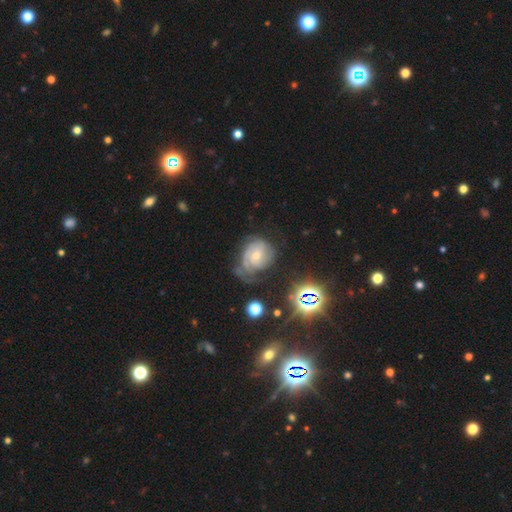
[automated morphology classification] Smooth or featured?
  - featured or disk: 71% *
  - smooth: 19%
  - star or artifact: 10%
Edge-on disk?
  - no: 97% *
  - yes: 3%
Bar?
  - no: 65% *
  - weak: 29%
  - strong: 5%
Spiral arms?
  - yes: 89% *
  - no: 11%
Spiral winding?
  - tight: 60% *
  - medium: 30%
  - loose: 10%
Spiral arm count?
  - can't tell: 37% *
  - 2: 30%
  - 3: 16%
  - 1: 9%
  - 4: 4%
  - more than 4: 3%
Bulge size?
  - small: 51% *
  - moderate: 44%
  - large: 2%
  - none: 2%
  - dominant: 1%
Merging?
  - none: 41% *
  - minor disturbance: 30%
  - major disturbance: 25%
  - merger: 4%